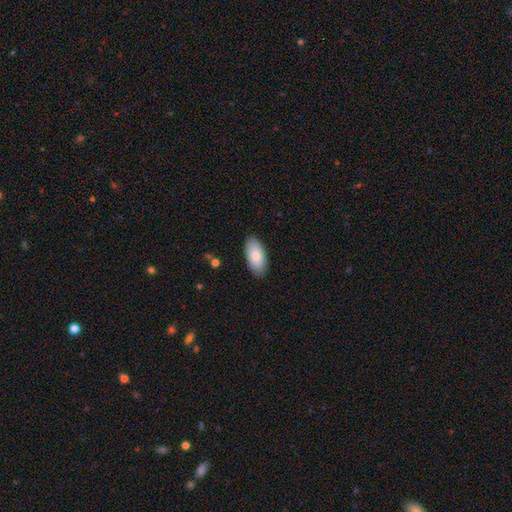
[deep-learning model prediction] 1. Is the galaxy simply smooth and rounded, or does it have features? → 82% smooth, 12% featured or disk, 6% star or artifact.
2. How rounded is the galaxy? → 94% in between, 4% cigar-shaped, 2% round.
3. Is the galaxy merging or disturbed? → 88% none, 9% minor disturbance, 2% major disturbance, 1% merger.